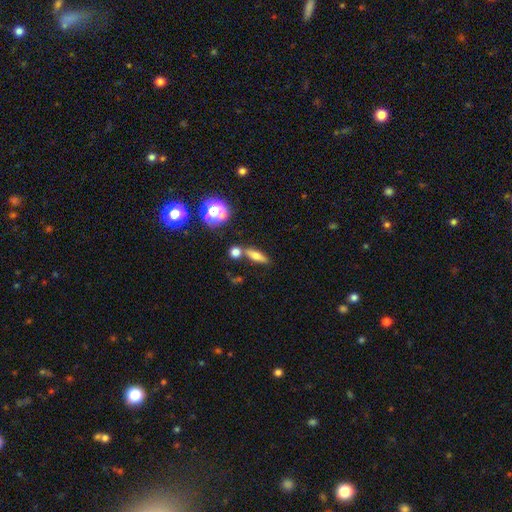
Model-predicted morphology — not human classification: Smooth or featured? smooth (55%)
How rounded? cigar-shaped (53%)
Merging? none (71%)